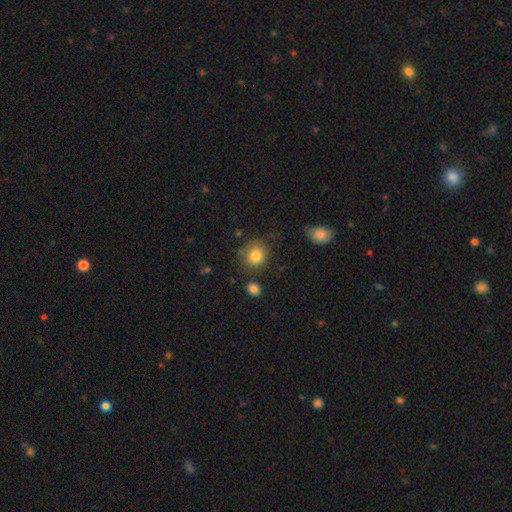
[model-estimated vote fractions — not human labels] Smooth or featured?
  - smooth: 82% *
  - star or artifact: 10%
  - featured or disk: 8%
How rounded?
  - round: 79% *
  - in between: 20%
  - cigar-shaped: 1%
Merging?
  - none: 74% *
  - minor disturbance: 17%
  - major disturbance: 5%
  - merger: 4%